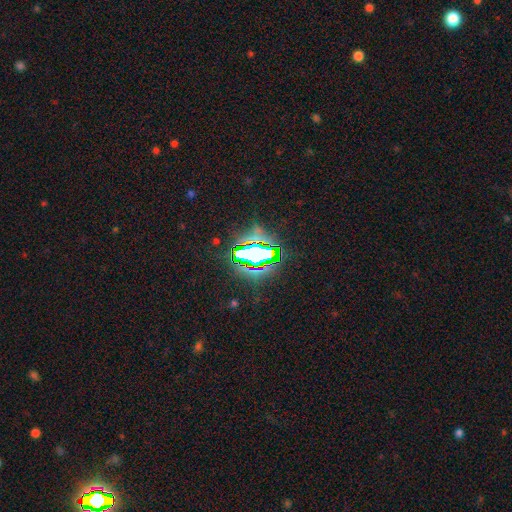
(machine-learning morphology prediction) star or artifact 64%, smooth 23%, featured or disk 13%.